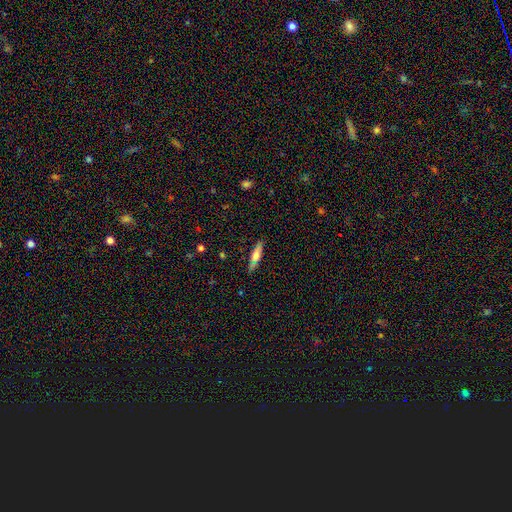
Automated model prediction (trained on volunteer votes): This appears to be a smooth galaxy with no disk features (64%) that is cigar-shaped (66%). Merging: none (80%).